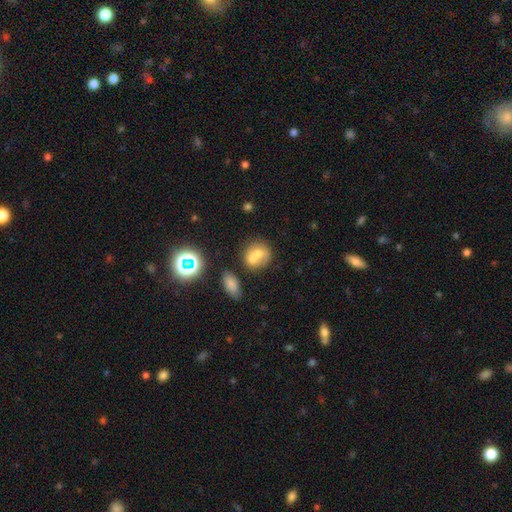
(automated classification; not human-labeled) smooth-or-featured: smooth: 65% | featured or disk: 22% | star or artifact: 13%
  how-rounded: round: 70% | in between: 29% | cigar-shaped: 1%
  merging: merger: 52% | none: 34% | minor disturbance: 10% | major disturbance: 4%